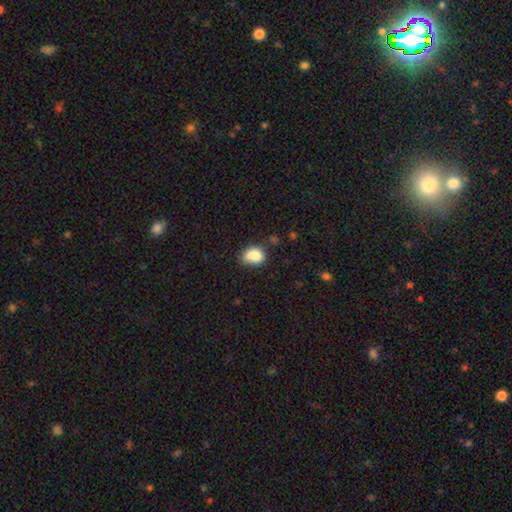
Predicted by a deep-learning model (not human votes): Q: Smooth or featured?
A: smooth (83%); runner-up: star or artifact (9%)
Q: How rounded?
A: in between (58%); runner-up: round (41%)
Q: Merging?
A: none (45%); runner-up: minor disturbance (34%)